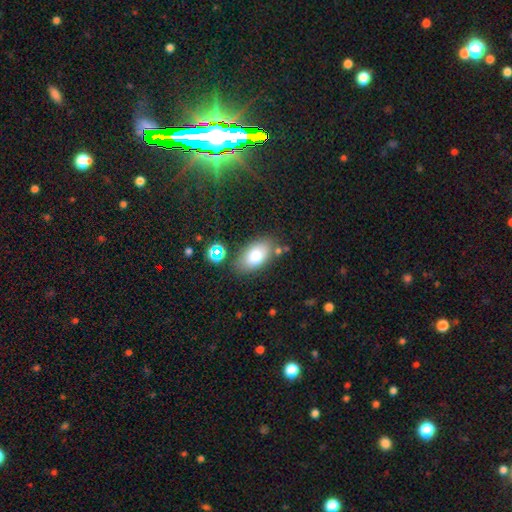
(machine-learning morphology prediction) Q: Smooth or featured?
A: smooth (77%); runner-up: featured or disk (14%)
Q: How rounded?
A: in between (91%); runner-up: round (7%)
Q: Merging?
A: none (75%); runner-up: minor disturbance (14%)